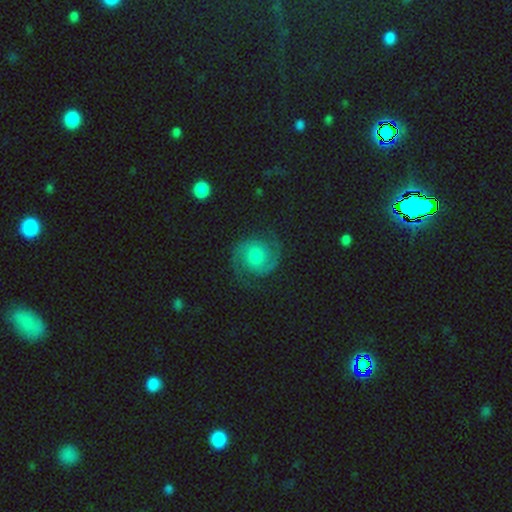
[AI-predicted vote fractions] Overall: featured or disk (82%). Edge-on disk: no (98%). Bar: no (66%; weak 29%). Spiral arms: yes (97%). Spiral arm count: 2 (94%). Spiral winding: medium (52%; tight 34%). Bulge size: moderate (59%; small 24%). Merging: none (82%).